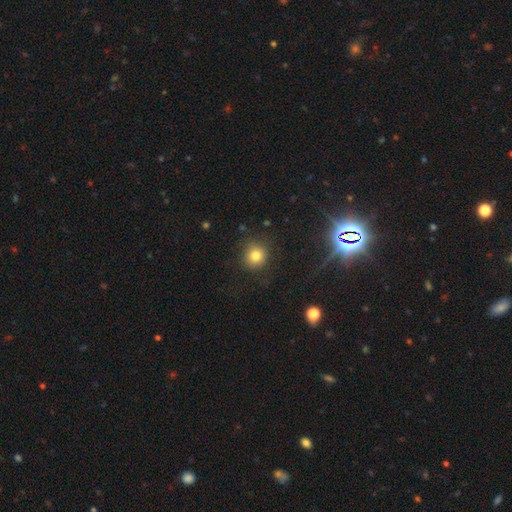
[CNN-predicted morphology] Overall: smooth (79%). How rounded: round (92%). Merging: none (84%).